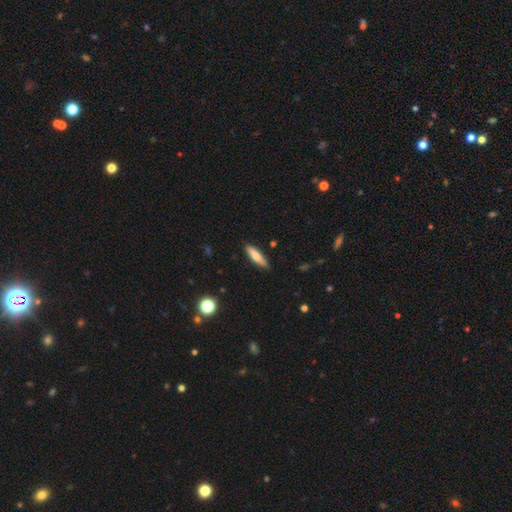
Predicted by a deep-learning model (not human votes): Overall: smooth (72%). How rounded: cigar-shaped (73%). Merging: none (88%).